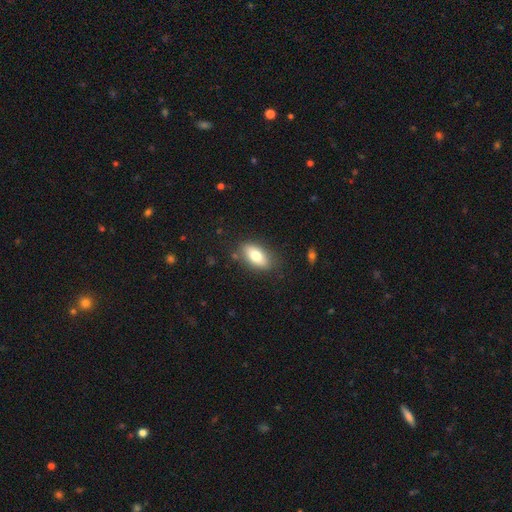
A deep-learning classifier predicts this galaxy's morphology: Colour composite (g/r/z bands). It shows a smooth galaxy with no disk features (75%) that is in between round and cigar-shaped (88%). Merging: none (82%).